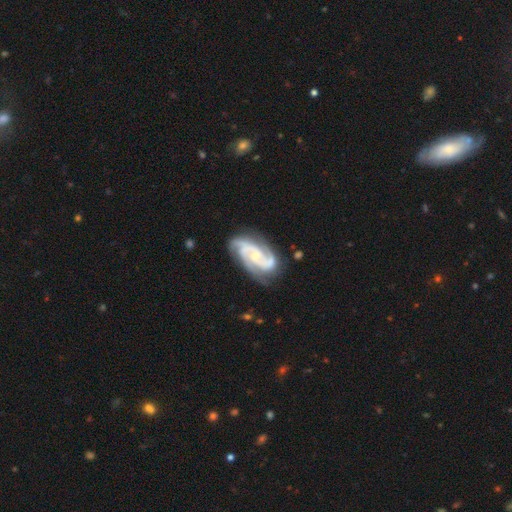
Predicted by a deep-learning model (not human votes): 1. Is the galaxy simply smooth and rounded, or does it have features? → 91% featured or disk, 5% smooth, 4% star or artifact.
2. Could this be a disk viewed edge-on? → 97% no, 3% yes.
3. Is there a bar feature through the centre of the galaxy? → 57% no, 33% weak, 11% strong.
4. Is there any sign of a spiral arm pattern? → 98% yes, 2% no.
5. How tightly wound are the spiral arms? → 49% tight, 43% medium, 7% loose.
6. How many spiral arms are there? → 51% 3, 27% 2, 8% 4, 7% can't tell, 4% 1, 4% more than 4.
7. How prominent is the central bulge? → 58% small, 35% moderate, 4% none, 2% large, 1% dominant.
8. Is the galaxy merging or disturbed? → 74% none, 18% minor disturbance, 6% major disturbance, 2% merger.